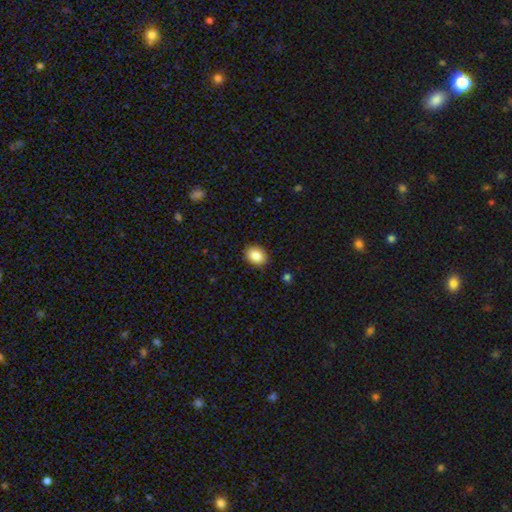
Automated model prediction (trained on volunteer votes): Overall: smooth (86%). How rounded: in between (58%; round 41%). Merging: none (88%).